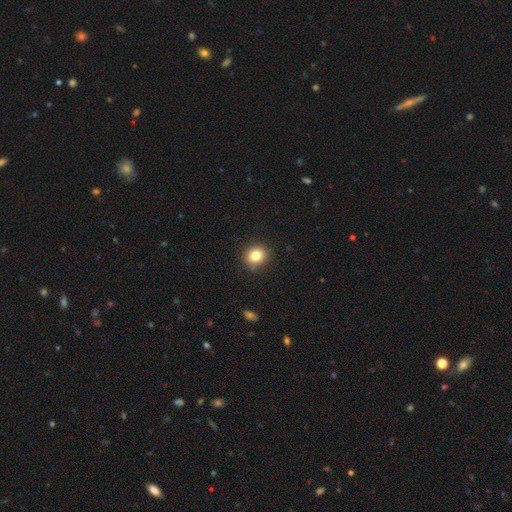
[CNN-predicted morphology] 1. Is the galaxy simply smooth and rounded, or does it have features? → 81% smooth, 11% star or artifact, 7% featured or disk.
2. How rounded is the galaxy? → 80% round, 19% in between, 1% cigar-shaped.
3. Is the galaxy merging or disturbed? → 88% none, 8% minor disturbance, 2% major disturbance, 1% merger.